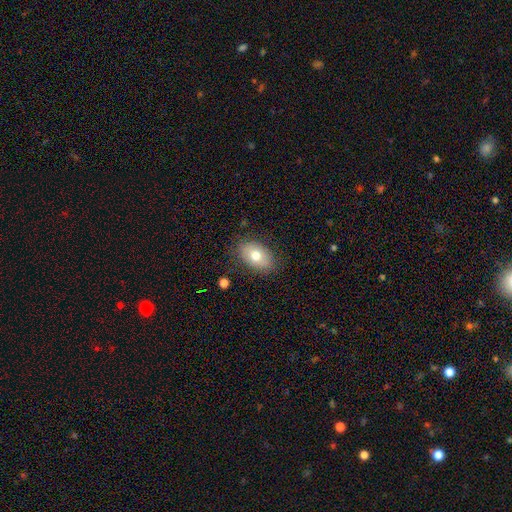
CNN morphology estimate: This appears to be a smooth galaxy with no disk features (73%) that is in between round and cigar-shaped (88%). Merging: none (82%).